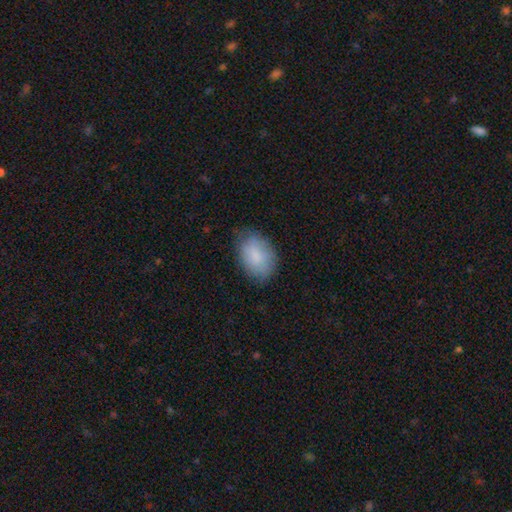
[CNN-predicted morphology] Smooth or featured? Predicted: smooth (p=0.83). How rounded? Predicted: in between (p=0.83). Merging? Predicted: none (p=0.72).